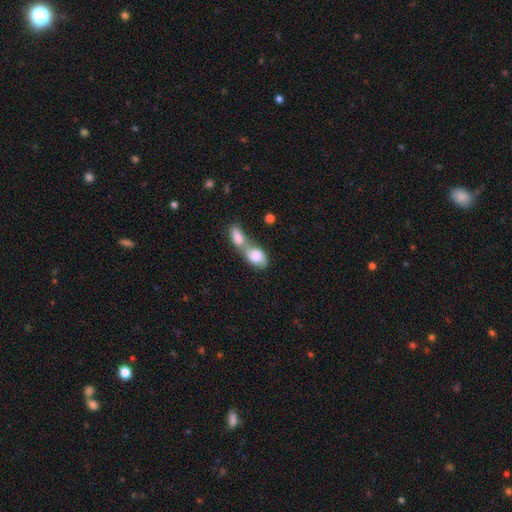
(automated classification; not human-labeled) Smooth or featured: smooth — 79% (featured or disk — 15%)
How rounded: in between — 83% (round — 14%)
Merging: merger — 76% (none — 13%)